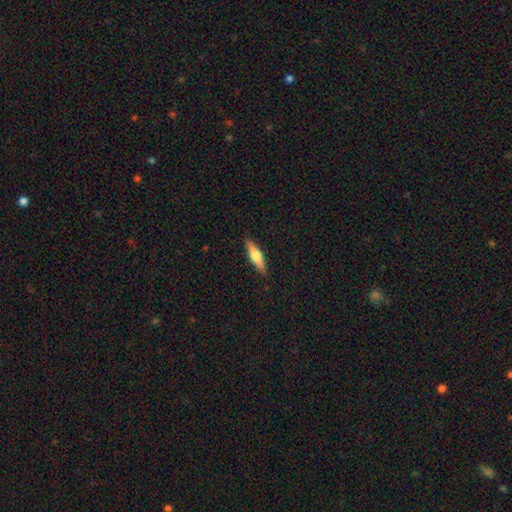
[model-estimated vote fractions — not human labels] This appears to be a smooth galaxy with no disk features (49%). Merging: none (88%).